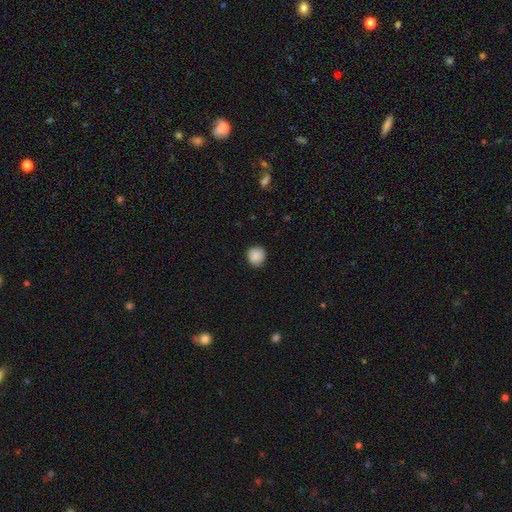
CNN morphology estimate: A smooth galaxy with no disk features (87%) that is round (89%).

Vote fractions:
- Smooth or featured? smooth: 87% / star or artifact: 8% / featured or disk: 5%
- How rounded? round: 89% / in between: 10% / cigar-shaped: 1%
- Merging? none: 83% / minor disturbance: 13% / major disturbance: 2% / merger: 1%